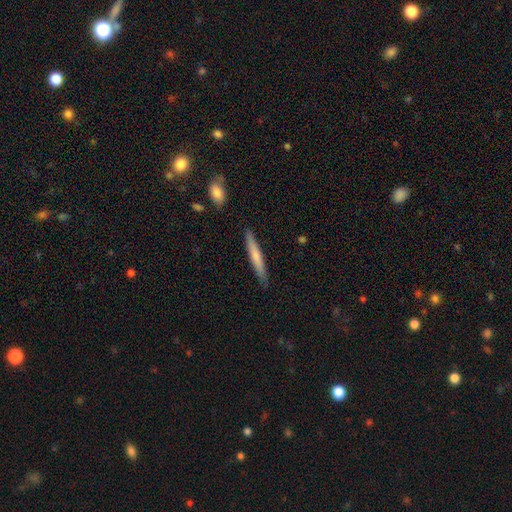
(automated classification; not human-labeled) Smooth or featured? smooth (63%)
How rounded? cigar-shaped (95%)
Merging? none (88%)